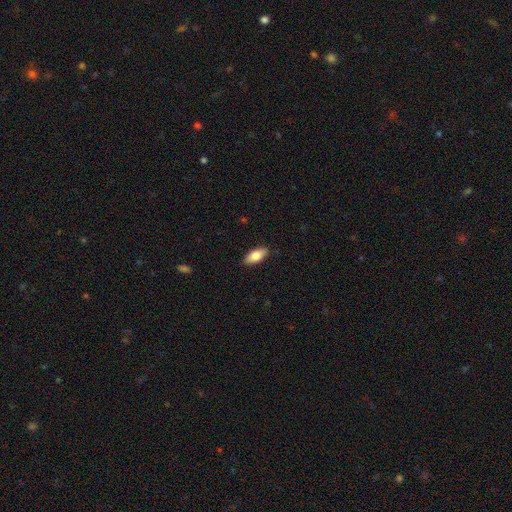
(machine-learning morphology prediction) Smooth or featured: smooth — 79% (featured or disk — 15%)
How rounded: in between — 86% (cigar-shaped — 12%)
Merging: none — 88% (minor disturbance — 9%)